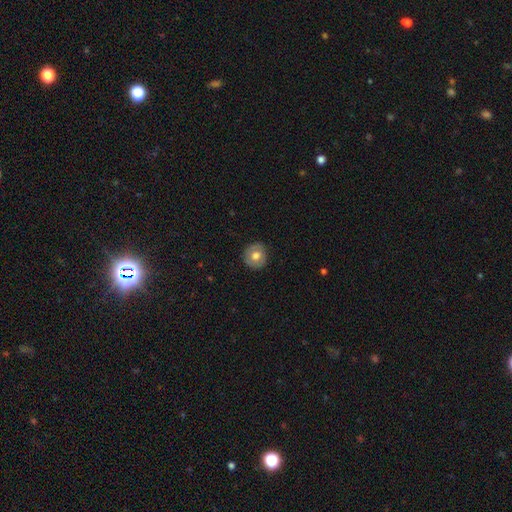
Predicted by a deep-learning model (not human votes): smooth-or-featured: smooth: 69% | featured or disk: 23% | star or artifact: 8%
  how-rounded: round: 89% | in between: 10% | cigar-shaped: 1%
  merging: none: 85% | minor disturbance: 11% | major disturbance: 2% | merger: 1%